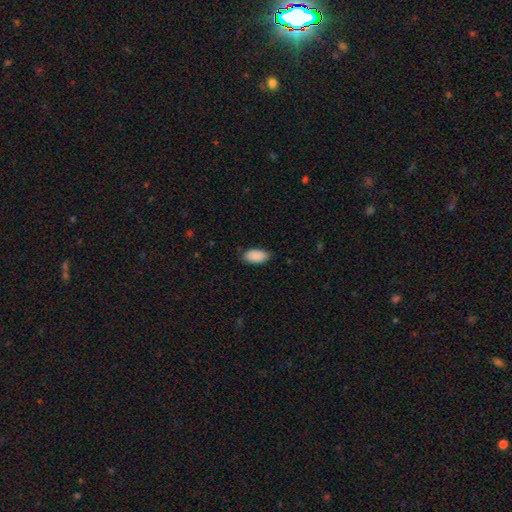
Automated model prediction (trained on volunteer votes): Smooth or featured? smooth (90%)
How rounded? in between (95%)
Merging? none (84%)